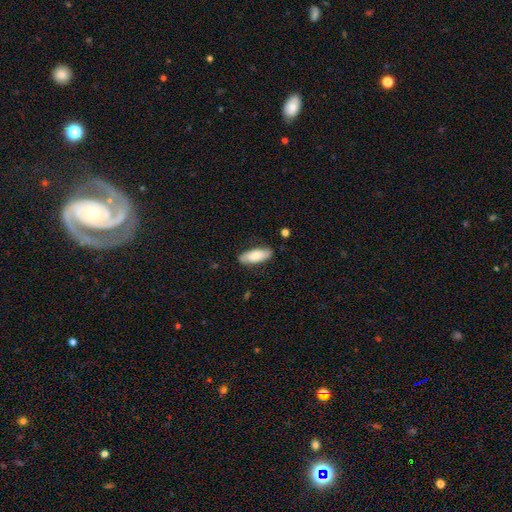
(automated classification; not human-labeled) This appears to be a smooth galaxy with no disk features (73%) that is in between round and cigar-shaped (75%). Merging: none (81%).